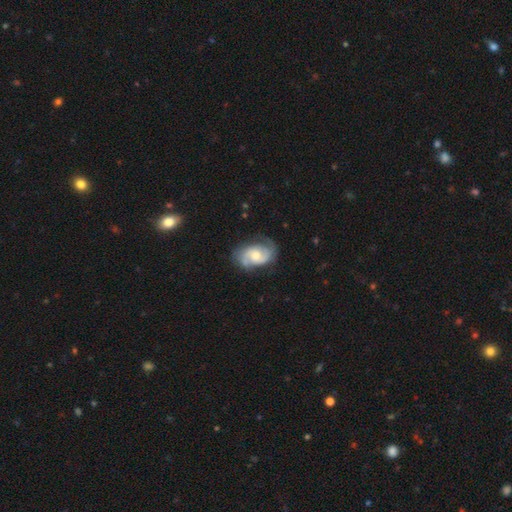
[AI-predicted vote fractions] smooth-or-featured: featured or disk: 82% | smooth: 13% | star or artifact: 5%
  disk-edge-on: no: 97% | yes: 3%
    bar: no: 58% | weak: 36% | strong: 6%
    has-spiral-arms: yes: 95% | no: 5%
      spiral-winding: medium: 49% | tight: 29% | loose: 22%
      spiral-arm-count: 2: 86% | can't tell: 7% | 3: 3% | 1: 3% | 4: 1% | more than 4: 1%
    bulge-size: moderate: 59% | small: 31% | large: 6% | none: 2% | dominant: 1%
  merging: none: 71% | minor disturbance: 19% | major disturbance: 8% | merger: 2%